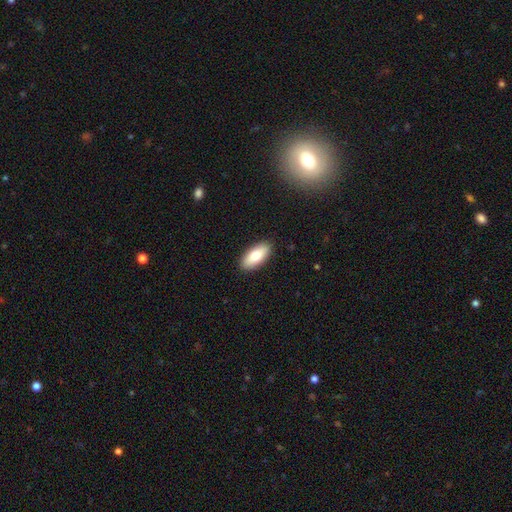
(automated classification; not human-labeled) This appears to be a smooth galaxy with no disk features (79%) that is in between round and cigar-shaped (87%). Merging: none (90%).